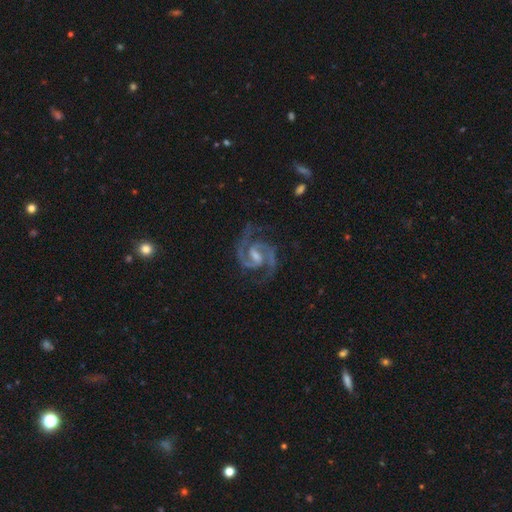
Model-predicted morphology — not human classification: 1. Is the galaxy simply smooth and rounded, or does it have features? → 94% featured or disk, 4% star or artifact, 2% smooth.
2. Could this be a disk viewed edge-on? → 98% no, 2% yes.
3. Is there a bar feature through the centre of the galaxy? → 57% weak, 27% strong, 16% no.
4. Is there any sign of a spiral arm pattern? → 99% yes, 1% no.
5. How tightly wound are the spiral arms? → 65% medium, 25% tight, 10% loose.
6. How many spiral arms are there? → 92% 2, 3% 3, 1% can't tell, 1% 1, 1% 4, 1% more than 4.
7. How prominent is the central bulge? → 41% moderate, 36% small, 18% none, 4% large, 1% dominant.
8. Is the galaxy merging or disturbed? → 77% none, 15% minor disturbance, 6% major disturbance, 1% merger.